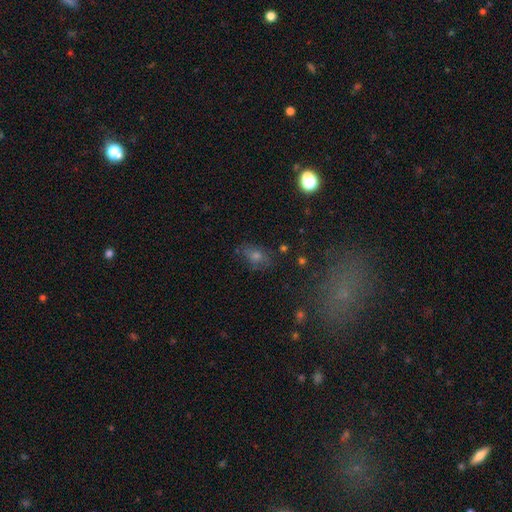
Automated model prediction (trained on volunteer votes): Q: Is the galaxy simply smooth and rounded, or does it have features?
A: smooth — 50%.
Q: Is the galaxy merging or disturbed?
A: none — 73%.